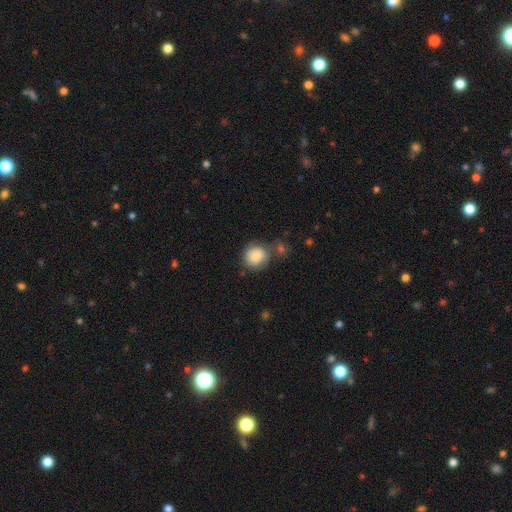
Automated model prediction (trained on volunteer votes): Q: Smooth or featured?
A: smooth (82%); runner-up: featured or disk (10%)
Q: How rounded?
A: round (86%); runner-up: in between (13%)
Q: Merging?
A: none (61%); runner-up: minor disturbance (18%)